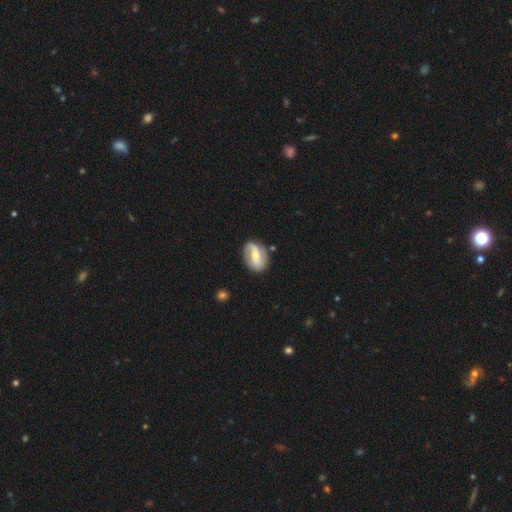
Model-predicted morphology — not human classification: Overall: featured or disk (71%). Edge-on disk: no (96%). Bar: strong (42%; weak 35%). Spiral arms: yes (84%). Spiral arm count: 2 (77%). Spiral winding: loose (40%; medium 36%). Bulge size: moderate (52%; small 42%). Merging: none (75%).